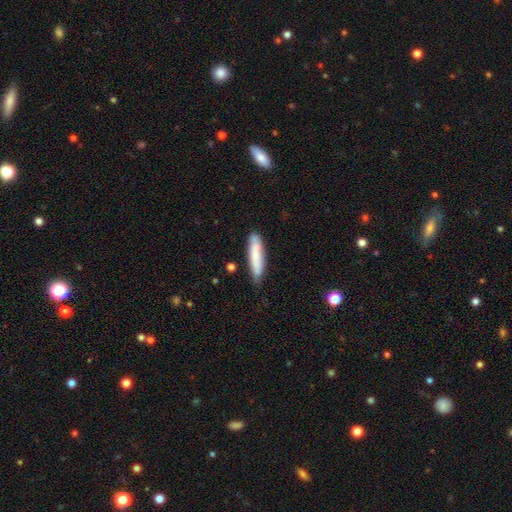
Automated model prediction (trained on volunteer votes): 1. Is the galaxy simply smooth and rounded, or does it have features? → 68% smooth, 26% featured or disk, 6% star or artifact.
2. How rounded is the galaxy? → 76% cigar-shaped, 22% in between, 1% round.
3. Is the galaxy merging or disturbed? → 71% none, 21% minor disturbance, 5% merger, 4% major disturbance.